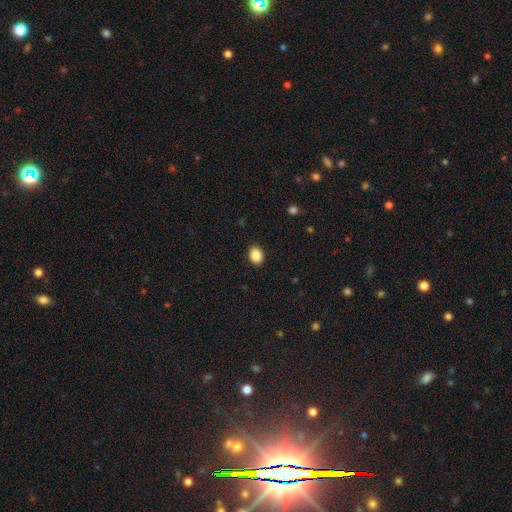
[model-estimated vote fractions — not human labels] Overall: smooth (88%). How rounded: in between (65%; round 34%). Merging: none (90%).